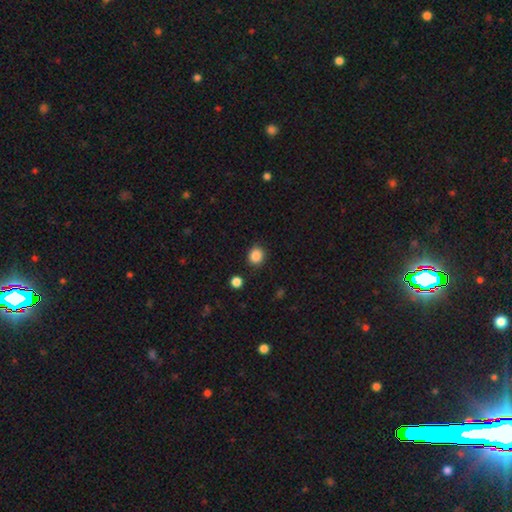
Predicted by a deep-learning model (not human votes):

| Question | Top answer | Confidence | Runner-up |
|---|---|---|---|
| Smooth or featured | smooth | 86% | star or artifact (10%) |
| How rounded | round | 78% | in between (22%) |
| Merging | none | 88% | minor disturbance (8%) |